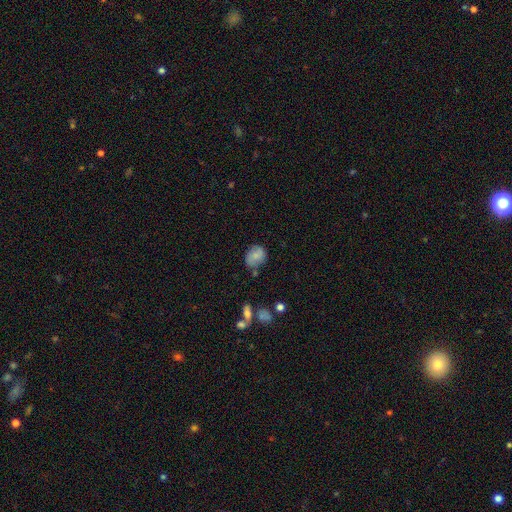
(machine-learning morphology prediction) smooth_or_featured: smooth (p=0.66) [alt: featured or disk p=0.25]
how_rounded: round (p=0.50) [alt: in between p=0.49]
merging: none (p=0.64) [alt: minor disturbance p=0.24]